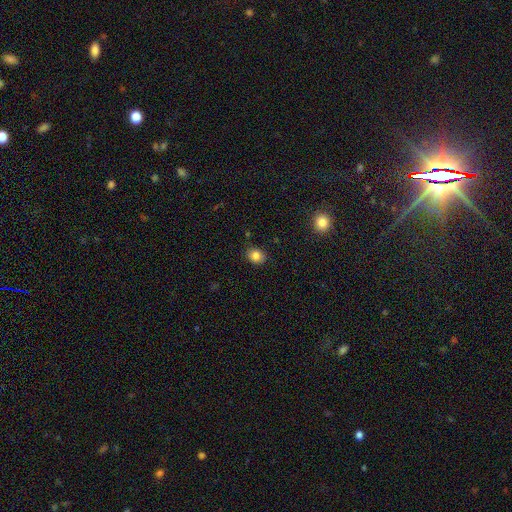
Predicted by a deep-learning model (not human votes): smooth 83%, star or artifact 10%, featured or disk 7%. Down the decision tree: how rounded — round (56%); merging — none (83%).